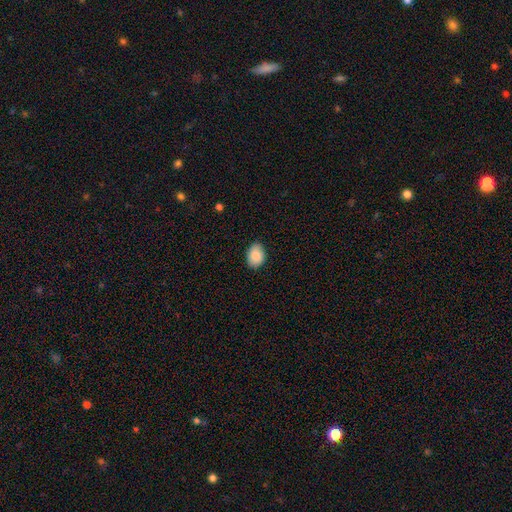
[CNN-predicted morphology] Smooth or featured? Predicted: smooth (p=0.88). How rounded? Predicted: in between (p=0.75). Merging? Predicted: none (p=0.86).